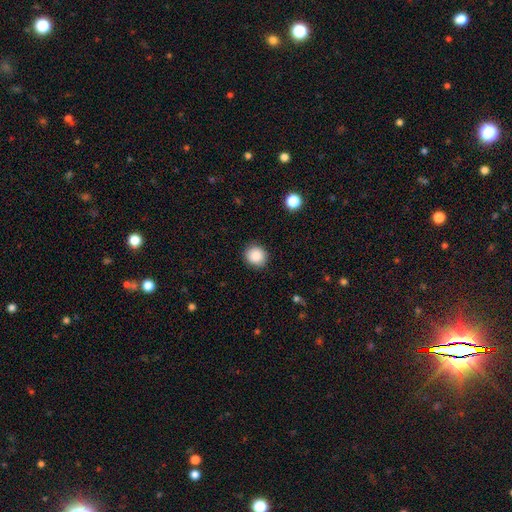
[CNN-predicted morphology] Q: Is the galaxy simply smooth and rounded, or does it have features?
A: smooth — 88%.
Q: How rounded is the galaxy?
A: round — 88%.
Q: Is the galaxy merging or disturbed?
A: none — 90%.